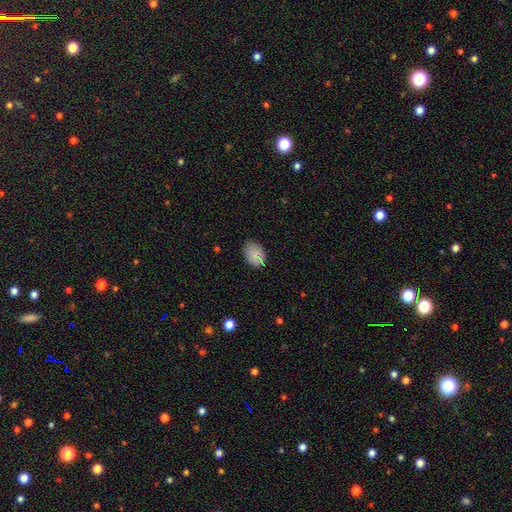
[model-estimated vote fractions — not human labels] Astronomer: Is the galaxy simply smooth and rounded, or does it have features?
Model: smooth — 78%.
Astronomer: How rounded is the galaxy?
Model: in between — 83%.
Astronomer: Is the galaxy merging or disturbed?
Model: none — 76%.